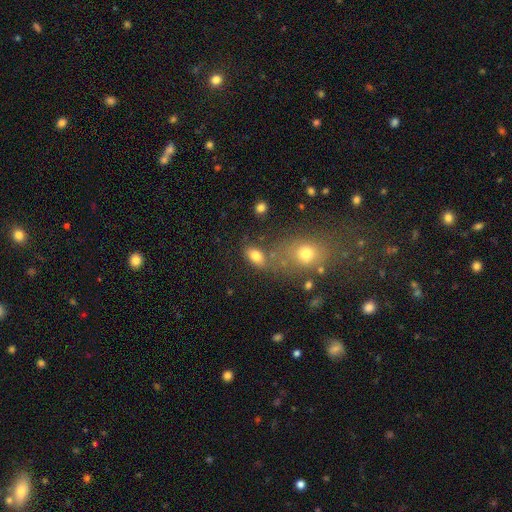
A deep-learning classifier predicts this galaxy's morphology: Overall: smooth (80%). How rounded: in between (86%). Merging: none (58%; merger 19%).